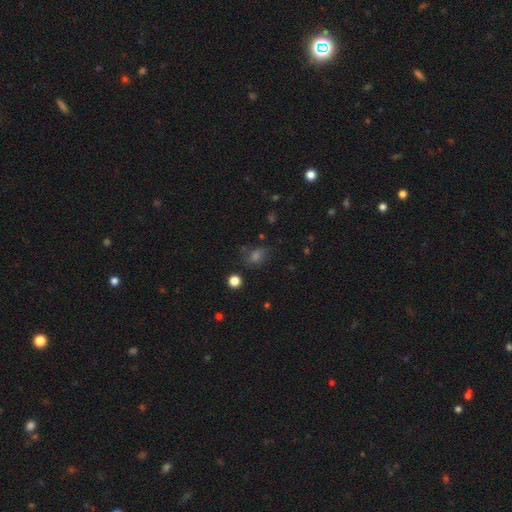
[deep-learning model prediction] Morphology: type=smooth (54%); roundness=in between (53%); merging=none (64%).